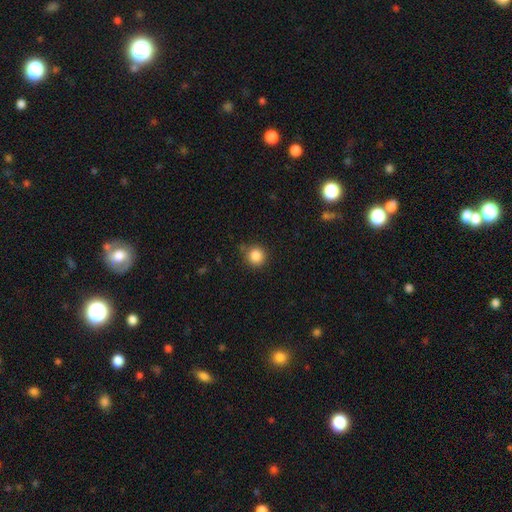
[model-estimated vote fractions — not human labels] This appears to be a smooth galaxy with no disk features (85%) that is round (94%). Merging: none (85%).